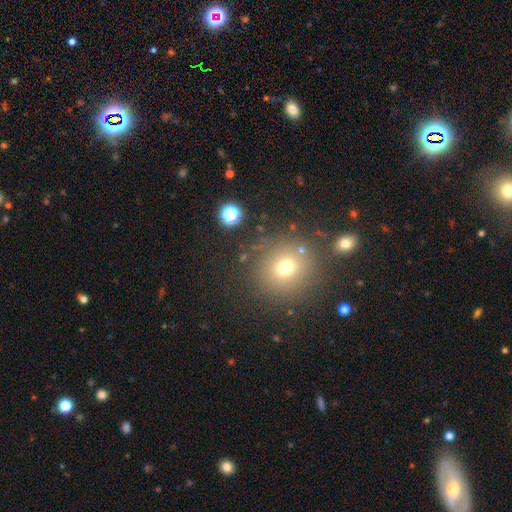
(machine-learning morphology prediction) Smooth or featured: smooth — 49% (star or artifact — 36%)
Merging: none — 85% (minor disturbance — 8%)